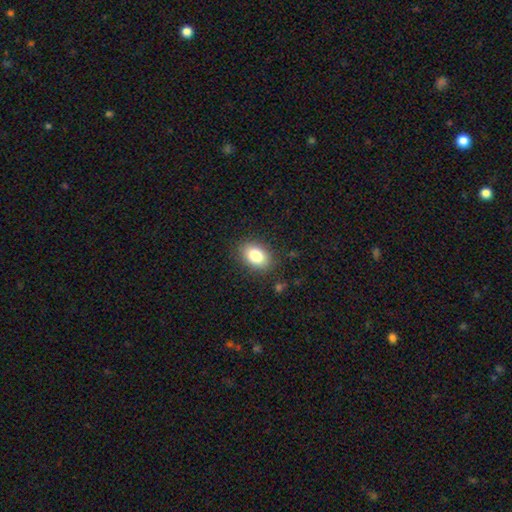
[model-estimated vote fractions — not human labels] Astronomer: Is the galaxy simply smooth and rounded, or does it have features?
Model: smooth — 83%.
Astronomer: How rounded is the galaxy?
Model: in between — 80%.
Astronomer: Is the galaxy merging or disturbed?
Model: none — 86%.